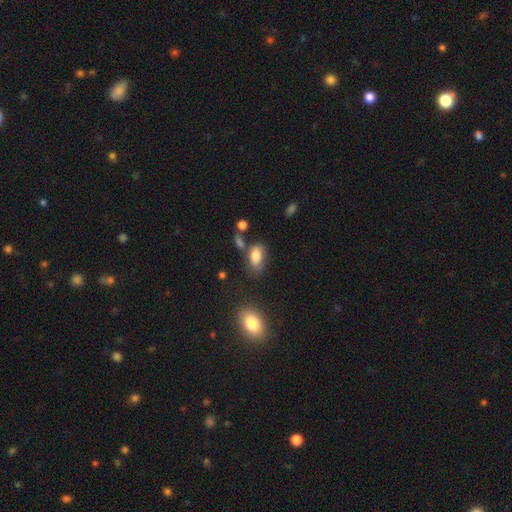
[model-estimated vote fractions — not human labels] Smooth or featured: smooth — 80% (featured or disk — 12%)
How rounded: in between — 91% (round — 7%)
Merging: none — 55% (minor disturbance — 24%)